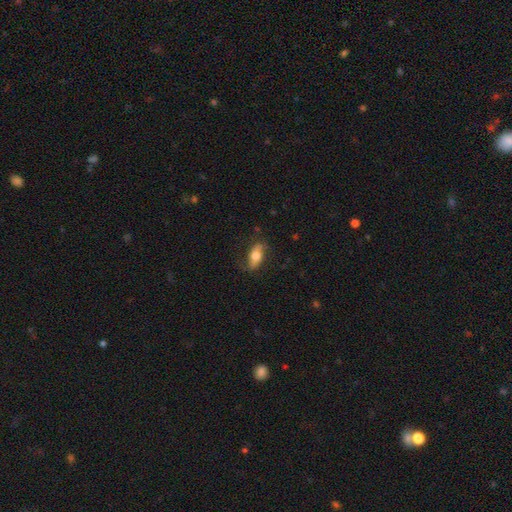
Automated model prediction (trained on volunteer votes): smooth_or_featured: smooth (p=0.55) [alt: featured or disk p=0.38]
how_rounded: in between (p=0.79) [alt: cigar-shaped p=0.15]
merging: none (p=0.73) [alt: minor disturbance p=0.19]